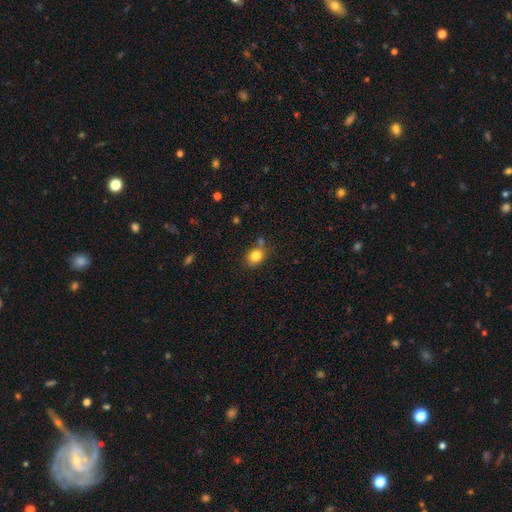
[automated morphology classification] smooth_or_featured: smooth (p=0.83) [alt: star or artifact p=0.10]
how_rounded: round (p=0.50) [alt: in between p=0.49]
merging: none (p=0.69) [alt: minor disturbance p=0.16]